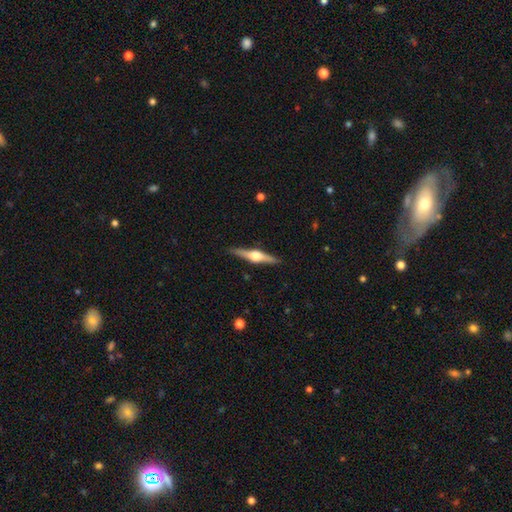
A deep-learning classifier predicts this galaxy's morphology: This appears to be a featured or disk galaxy (77%) viewed edge-on (98%) with a rounded central bulge (93%). Merging: none (90%).